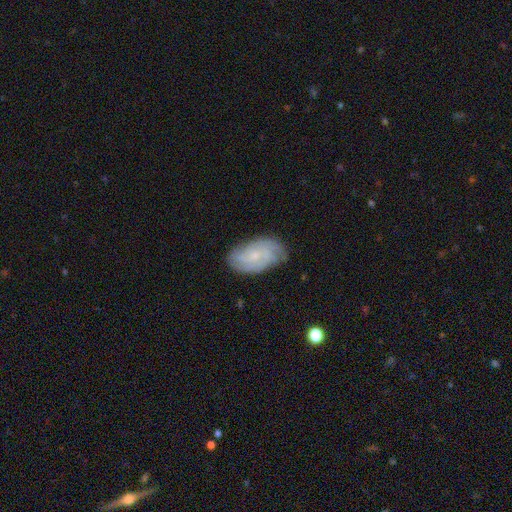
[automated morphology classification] This appears to be a featured or disk galaxy (71%) with no bar (69%), tight (59%) spiral arms (93%) and a small central bulge (70%). Merging: none (75%).